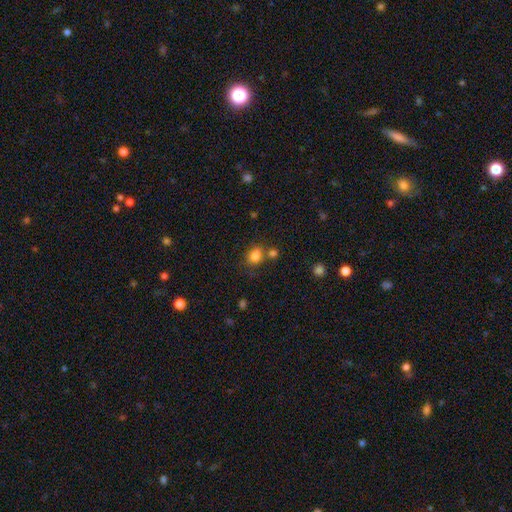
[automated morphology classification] Q: Smooth or featured?
A: smooth (82%); runner-up: star or artifact (11%)
Q: How rounded?
A: round (52%); runner-up: in between (47%)
Q: Merging?
A: none (60%); runner-up: merger (21%)